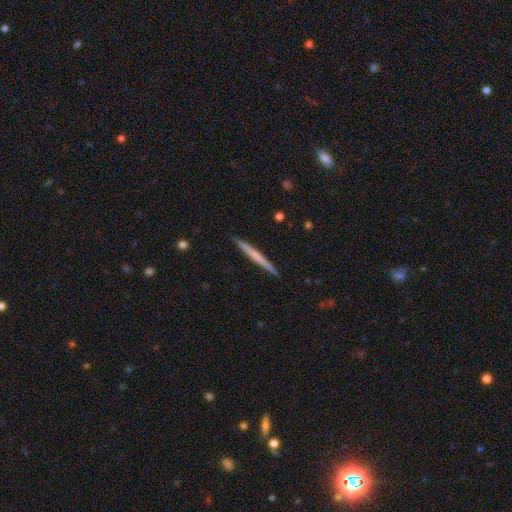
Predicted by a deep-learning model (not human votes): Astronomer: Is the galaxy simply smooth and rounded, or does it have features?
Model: smooth — 48% (runner-up: featured or disk, 46%).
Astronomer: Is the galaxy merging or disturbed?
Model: none — 92%.